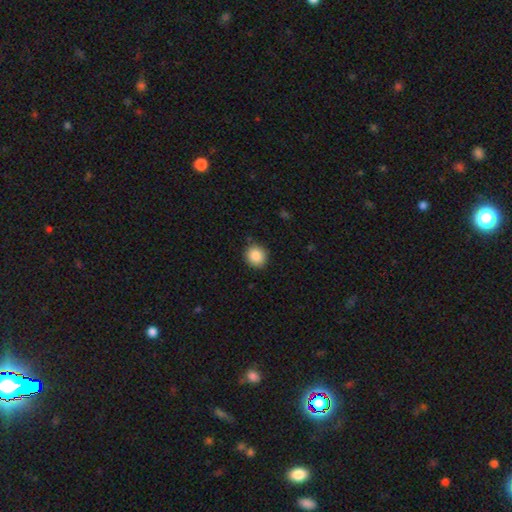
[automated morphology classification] type=smooth (87%); roundness=round (86%); merging=none (88%).